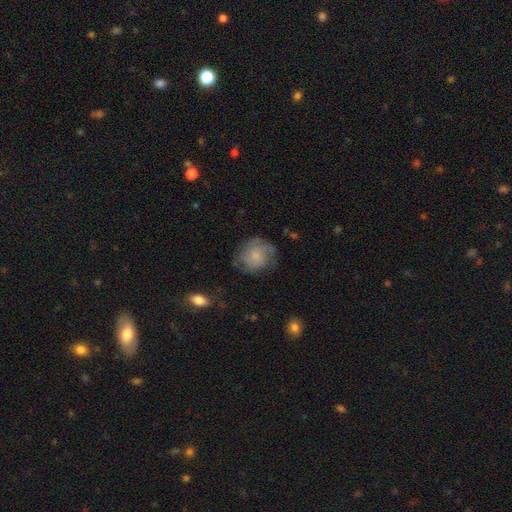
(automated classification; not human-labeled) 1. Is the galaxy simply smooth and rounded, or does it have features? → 61% smooth, 31% featured or disk, 8% star or artifact.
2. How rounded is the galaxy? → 74% round, 25% in between, 1% cigar-shaped.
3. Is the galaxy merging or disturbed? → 58% none, 26% minor disturbance, 13% major disturbance, 2% merger.